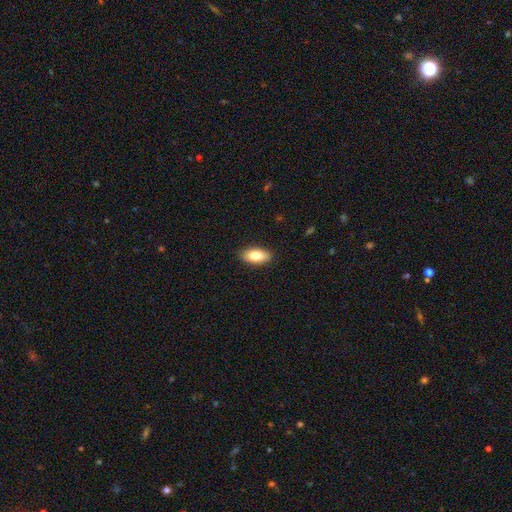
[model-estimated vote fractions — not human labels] smooth_or_featured: smooth (p=0.80) [alt: featured or disk p=0.13]
how_rounded: in between (p=0.89) [alt: cigar-shaped p=0.08]
merging: none (p=0.89) [alt: minor disturbance p=0.08]